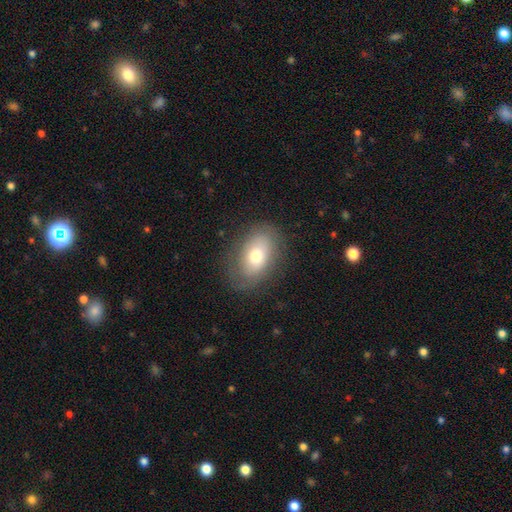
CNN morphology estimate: smooth 68%, featured or disk 23%, star or artifact 9%. Down the decision tree: how rounded — in between (86%); merging — none (79%).